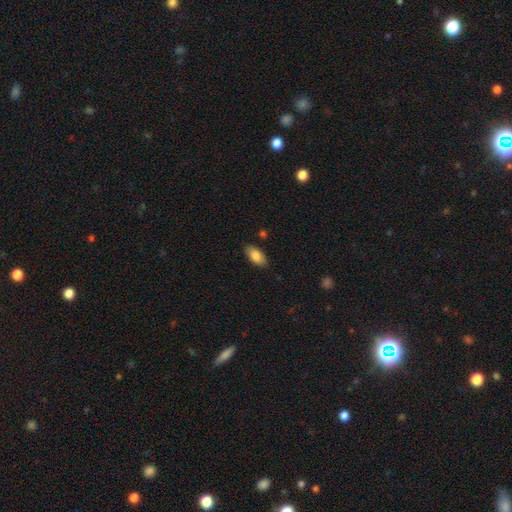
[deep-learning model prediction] smooth_or_featured: smooth (p=0.84) [alt: featured or disk p=0.09]
how_rounded: in between (p=0.92) [alt: cigar-shaped p=0.06]
merging: none (p=0.85) [alt: minor disturbance p=0.11]